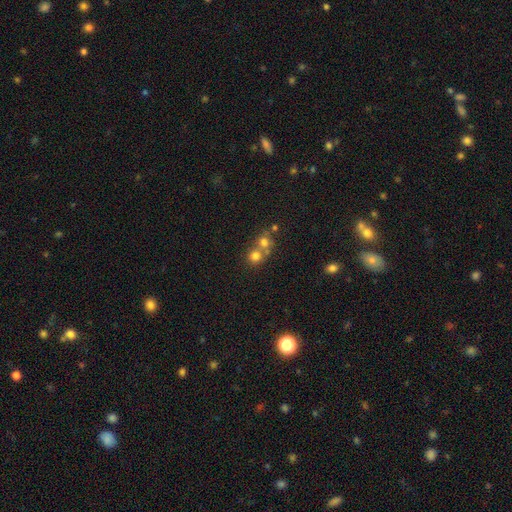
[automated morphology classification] The model was most divided on "merging": merger: 50%, none: 43%, minor disturbance: 5%, major disturbance: 2%. More confident: how rounded — round (87%); smooth or featured — smooth (73%).